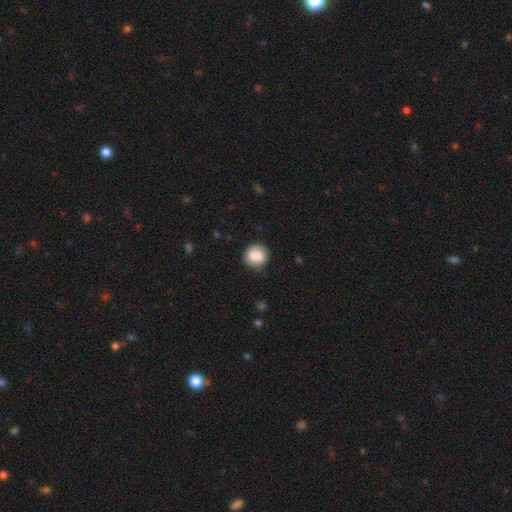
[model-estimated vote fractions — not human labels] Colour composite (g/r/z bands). It shows a smooth galaxy with no disk features (87%) that is round (90%). Merging: none (82%).